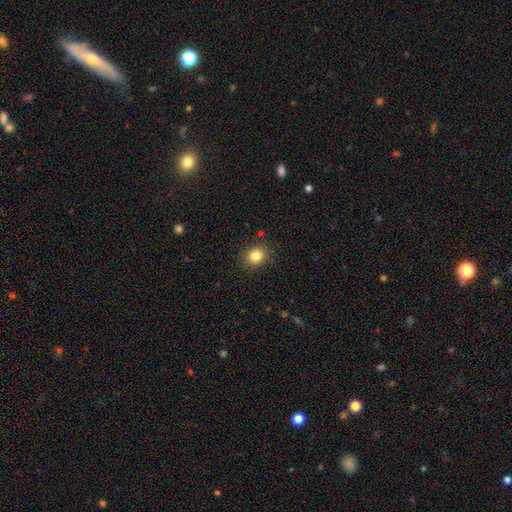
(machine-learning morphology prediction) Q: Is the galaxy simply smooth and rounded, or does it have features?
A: smooth — 84%.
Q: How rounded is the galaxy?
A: round — 66%.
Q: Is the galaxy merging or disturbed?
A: none — 87%.